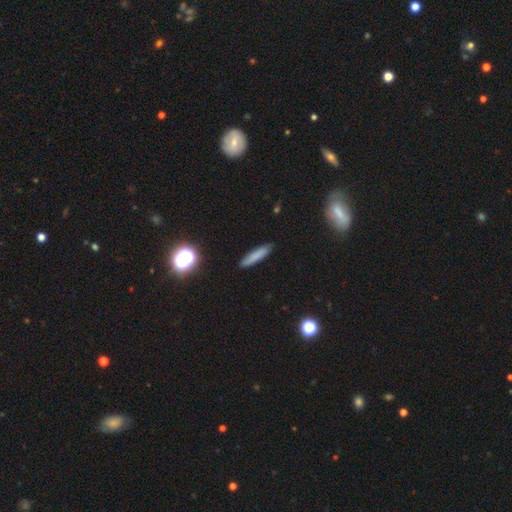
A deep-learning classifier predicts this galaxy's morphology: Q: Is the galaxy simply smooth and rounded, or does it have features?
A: smooth — 77%.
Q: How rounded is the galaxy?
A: cigar-shaped — 86%.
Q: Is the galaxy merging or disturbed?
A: none — 88%.